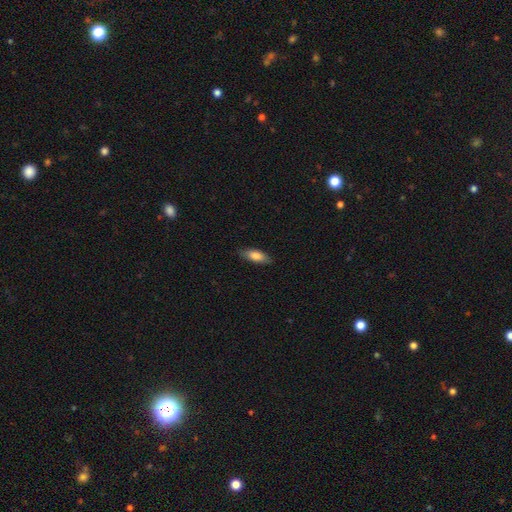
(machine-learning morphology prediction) smooth-or-featured: smooth: 80% | featured or disk: 14% | star or artifact: 6%
  how-rounded: in between: 70% | cigar-shaped: 28% | round: 2%
  merging: none: 85% | minor disturbance: 12% | major disturbance: 2% | merger: 1%